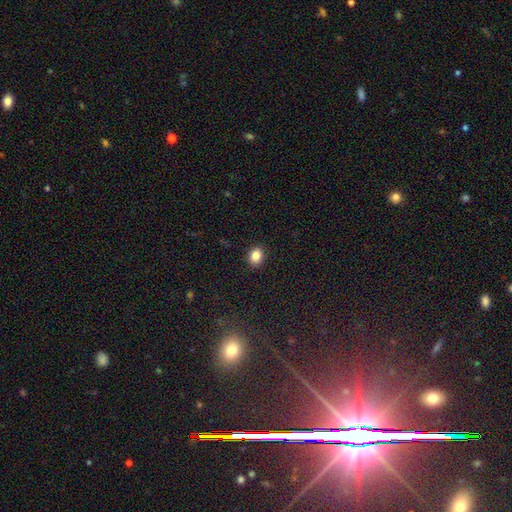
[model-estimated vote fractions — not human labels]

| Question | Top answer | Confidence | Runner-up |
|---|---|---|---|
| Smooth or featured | smooth | 84% | star or artifact (10%) |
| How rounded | round | 51% | in between (48%) |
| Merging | none | 91% | minor disturbance (6%) |